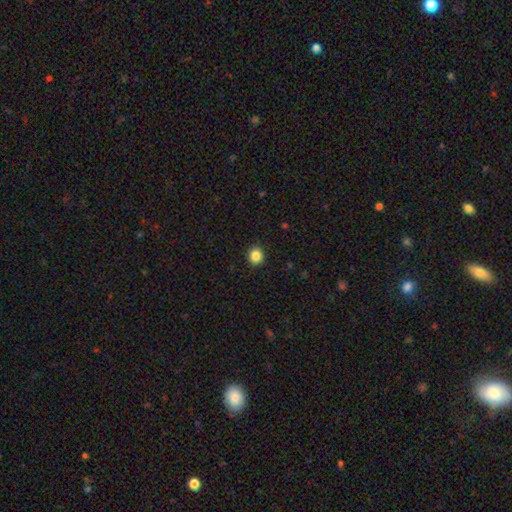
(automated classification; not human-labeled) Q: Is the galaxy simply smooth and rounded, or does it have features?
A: smooth — 86%.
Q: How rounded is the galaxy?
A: round — 85%.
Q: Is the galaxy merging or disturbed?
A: none — 92%.